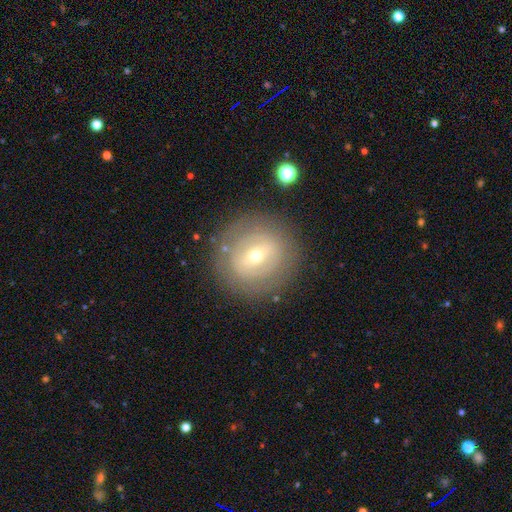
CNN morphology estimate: Q: Smooth or featured?
A: featured or disk (57%); runner-up: smooth (34%)
Q: Edge-on disk?
A: no (94%); runner-up: yes (6%)
Q: Bar?
A: weak (41%); runner-up: no (32%)
Q: Spiral arms?
A: no (72%); runner-up: yes (28%)
Q: Bulge size?
A: small (62%); runner-up: moderate (34%)
Q: Merging?
A: none (83%); runner-up: minor disturbance (10%)